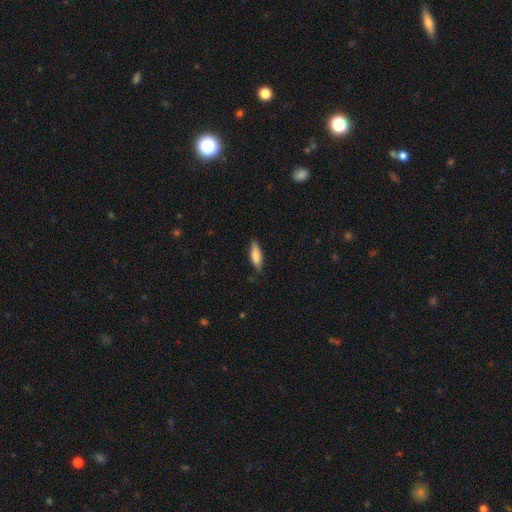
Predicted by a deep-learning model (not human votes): Q: Smooth or featured?
A: smooth (80%); runner-up: featured or disk (14%)
Q: How rounded?
A: in between (52%); runner-up: cigar-shaped (46%)
Q: Merging?
A: none (81%); runner-up: minor disturbance (16%)